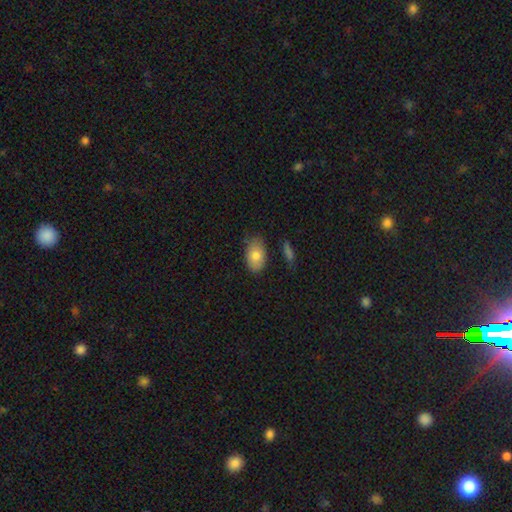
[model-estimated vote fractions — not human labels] Morphology: type=smooth (79%); roundness=in between (90%); merging=none (77%).